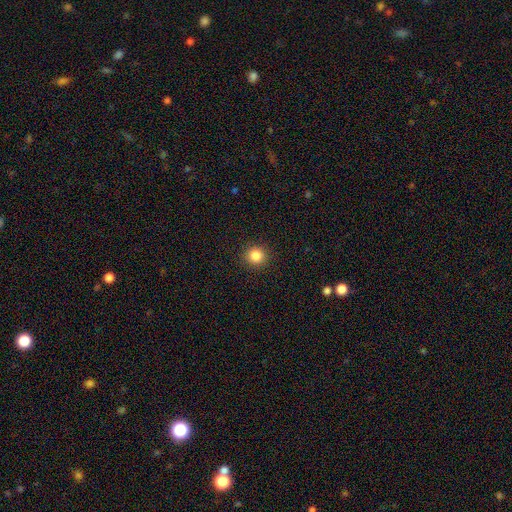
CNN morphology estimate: type=smooth (85%); roundness=round (93%); merging=none (92%).